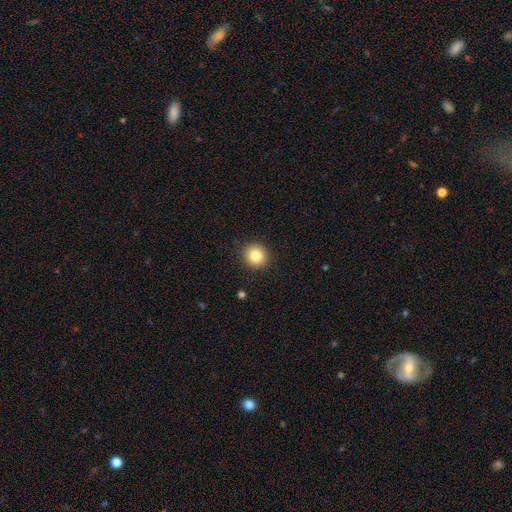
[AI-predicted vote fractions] Smooth or featured? Predicted: smooth (p=0.83). How rounded? Predicted: round (p=0.93). Merging? Predicted: none (p=0.91).